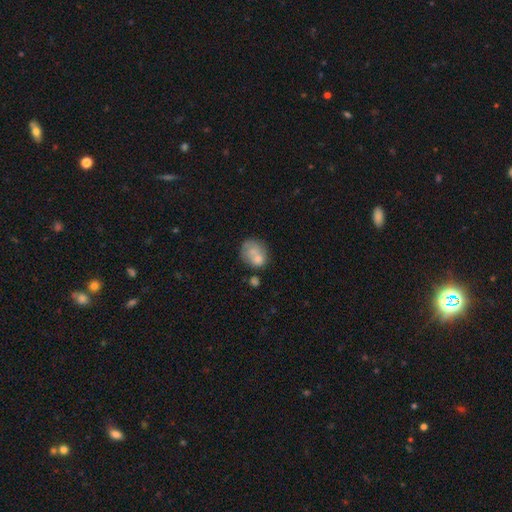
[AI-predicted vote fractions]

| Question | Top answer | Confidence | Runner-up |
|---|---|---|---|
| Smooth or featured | smooth | 64% | featured or disk (27%) |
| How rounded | round | 53% | in between (46%) |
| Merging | none | 36% | merger (34%) |